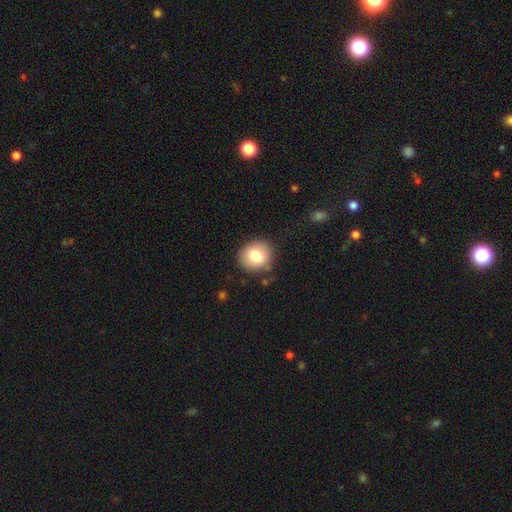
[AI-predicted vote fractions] Morphology: type=smooth (79%); roundness=round (80%); merging=none (83%).